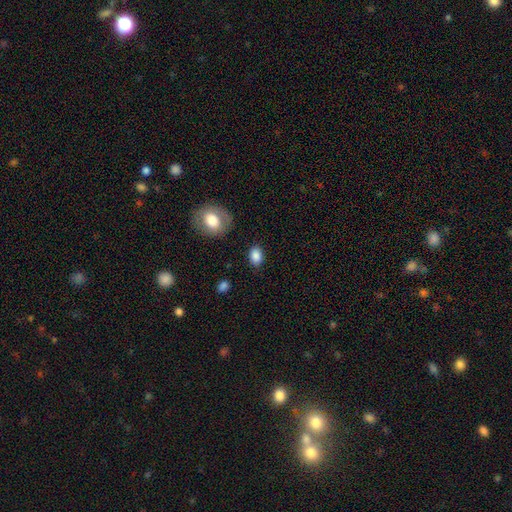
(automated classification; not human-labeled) The model was most divided on "how rounded": in between: 75%, round: 24%, cigar-shaped: 1%. More confident: smooth or featured — smooth (86%); merging — none (82%).